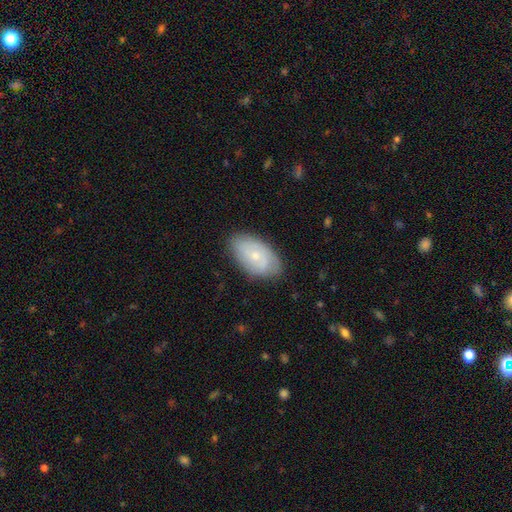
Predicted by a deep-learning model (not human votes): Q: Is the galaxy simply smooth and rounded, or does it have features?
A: featured or disk — 49%.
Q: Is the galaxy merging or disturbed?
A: none — 79%.